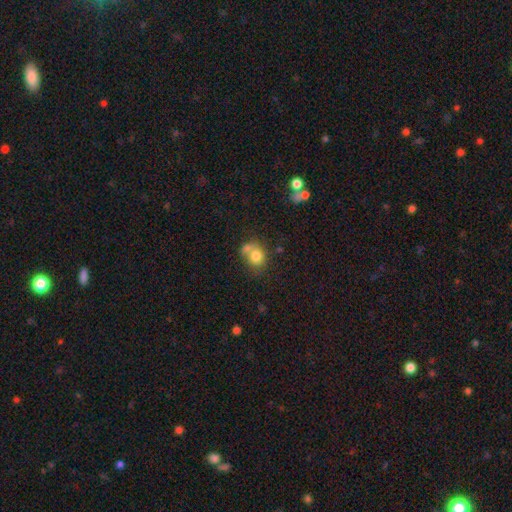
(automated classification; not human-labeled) smooth-or-featured: smooth: 76% | featured or disk: 14% | star or artifact: 10%
  how-rounded: round: 70% | in between: 29% | cigar-shaped: 1%
  merging: merger: 41% | none: 40% | minor disturbance: 13% | major disturbance: 6%